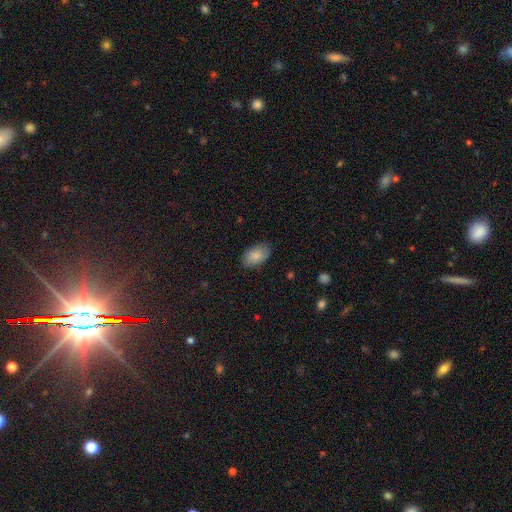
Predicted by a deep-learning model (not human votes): This is clearly a smooth galaxy (85%). How rounded: clearly in between (93%). Merging: clearly none (82%).